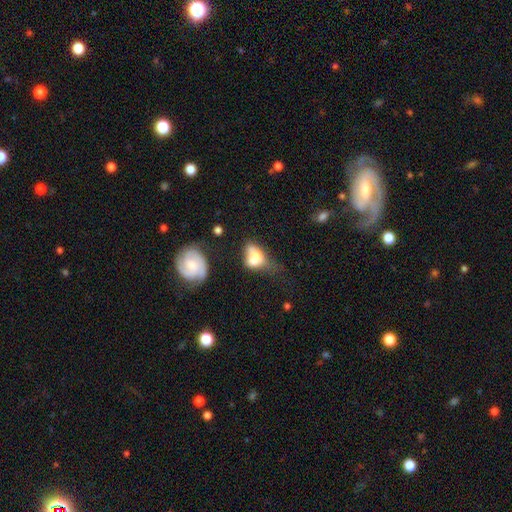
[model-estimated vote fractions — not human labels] Q: Smooth or featured?
A: smooth (62%); runner-up: featured or disk (30%)
Q: How rounded?
A: in between (75%); runner-up: round (20%)
Q: Merging?
A: merger (38%); runner-up: major disturbance (24%)